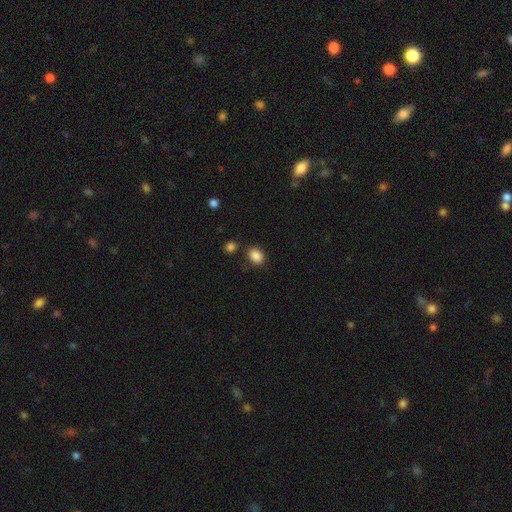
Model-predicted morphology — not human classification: Overall: smooth (87%). How rounded: in between (69%; round 30%). Merging: none (79%).